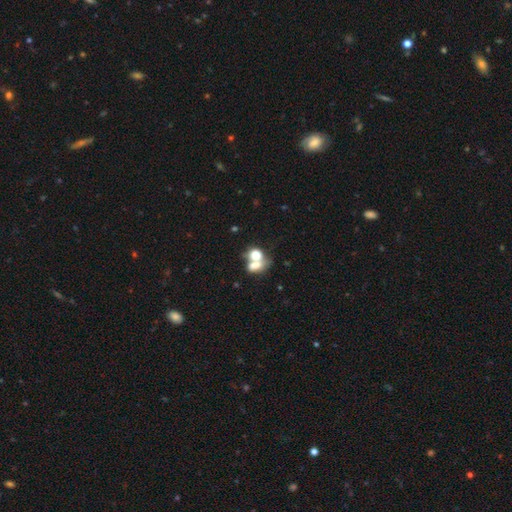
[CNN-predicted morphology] Q: Smooth or featured?
A: smooth (68%); runner-up: featured or disk (20%)
Q: How rounded?
A: in between (55%); runner-up: round (44%)
Q: Merging?
A: merger (64%); runner-up: none (23%)